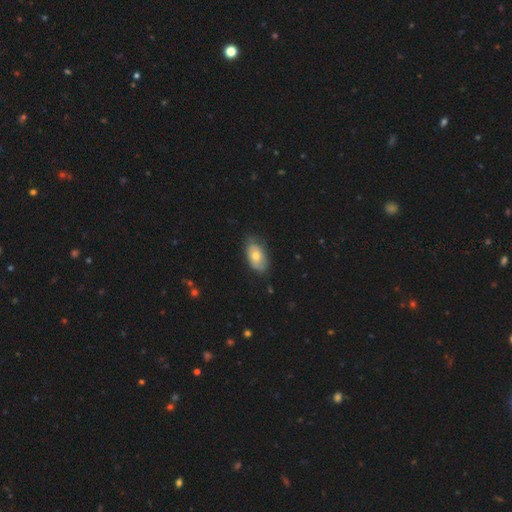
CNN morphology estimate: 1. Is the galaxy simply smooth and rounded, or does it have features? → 64% smooth, 30% featured or disk, 6% star or artifact.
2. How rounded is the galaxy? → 91% in between, 7% round, 2% cigar-shaped.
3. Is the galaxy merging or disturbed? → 64% none, 28% minor disturbance, 6% major disturbance, 1% merger.